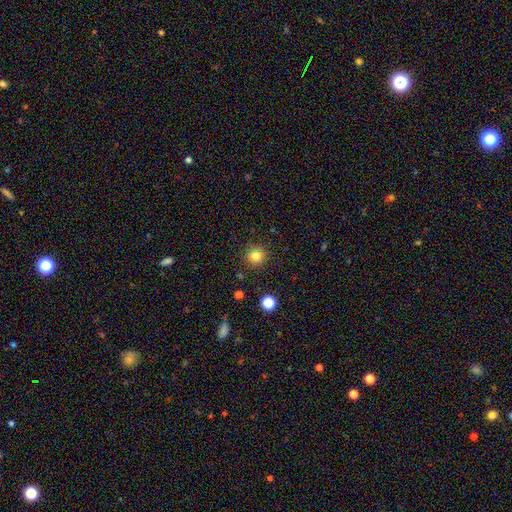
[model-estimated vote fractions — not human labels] A smooth galaxy with no disk features (78%) that is round (90%).

Vote fractions:
- Smooth or featured? smooth: 78% / star or artifact: 15% / featured or disk: 6%
- How rounded? round: 90% / in between: 9% / cigar-shaped: 1%
- Merging? none: 87% / minor disturbance: 8% / major disturbance: 3% / merger: 2%